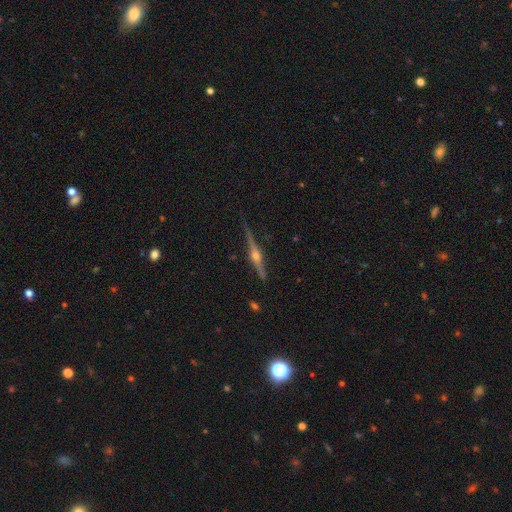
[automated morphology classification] smooth-or-featured: featured or disk: 87% | smooth: 7% | star or artifact: 6%
  disk-edge-on: yes: 98% | no: 2%
    edge-on-bulge: rounded: 94% | boxy: 4% | none: 2%
  merging: none: 89% | minor disturbance: 8% | major disturbance: 2% | merger: 1%